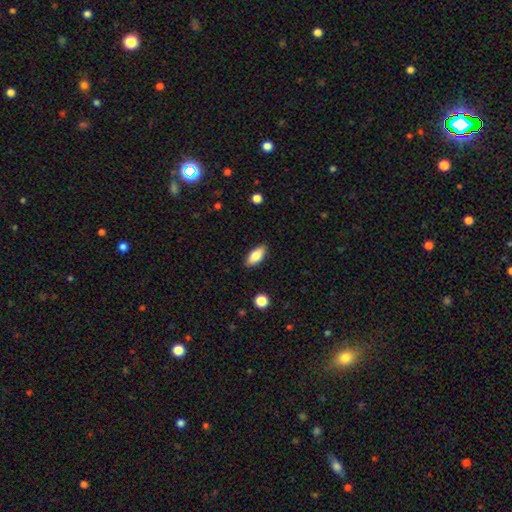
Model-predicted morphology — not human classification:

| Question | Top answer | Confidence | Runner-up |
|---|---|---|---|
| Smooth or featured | smooth | 82% | featured or disk (11%) |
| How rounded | in between | 85% | cigar-shaped (13%) |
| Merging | none | 87% | minor disturbance (9%) |